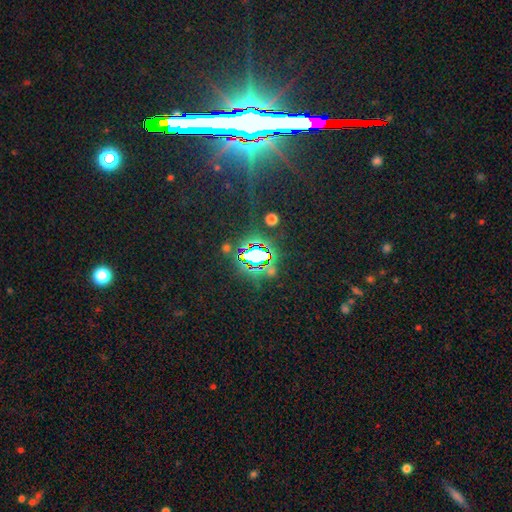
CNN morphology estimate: This appears to be a star or artifact, not a galaxy (72%).